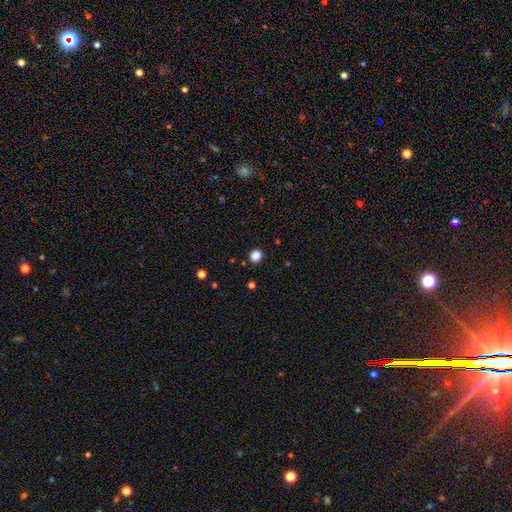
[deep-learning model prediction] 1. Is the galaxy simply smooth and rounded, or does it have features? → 85% smooth, 12% star or artifact, 3% featured or disk.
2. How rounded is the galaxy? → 91% round, 8% in between, 1% cigar-shaped.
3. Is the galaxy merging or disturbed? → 91% none, 6% minor disturbance, 2% major disturbance, 2% merger.